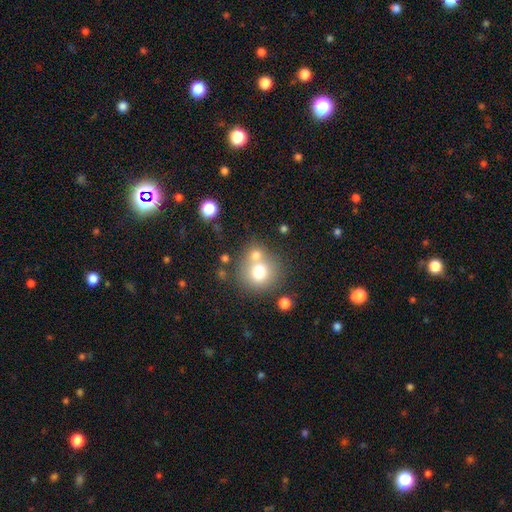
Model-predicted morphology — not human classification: Overall: smooth (72%). How rounded: round (84%). Merging: none (47%; merger 39%).